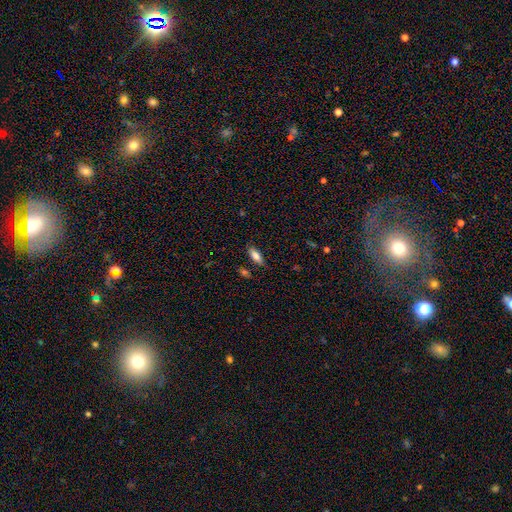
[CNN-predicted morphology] smooth 80%, featured or disk 12%, star or artifact 7%. Down the decision tree: how rounded — in between (75%); merging — none (82%).